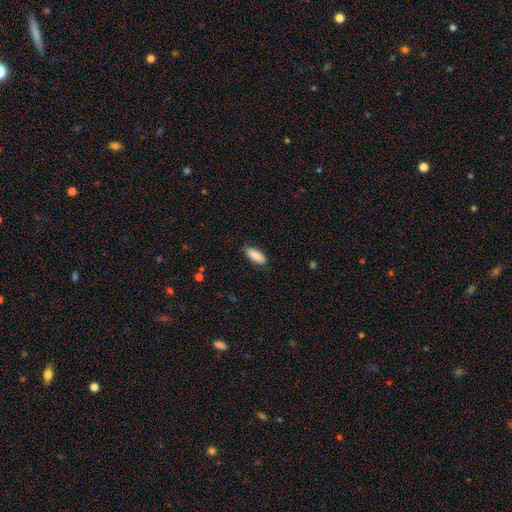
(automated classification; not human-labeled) This is clearly a smooth galaxy (85%). How rounded: clearly in between (81%). Merging: likely none (80%).